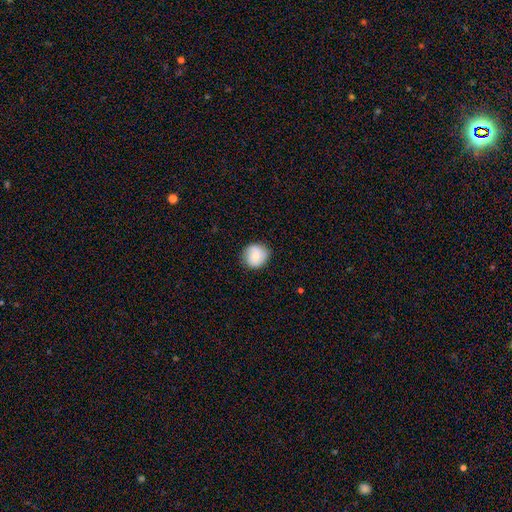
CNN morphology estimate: smooth 70%, featured or disk 23%, star or artifact 7%. Down the decision tree: how rounded — round (87%); merging — none (83%).